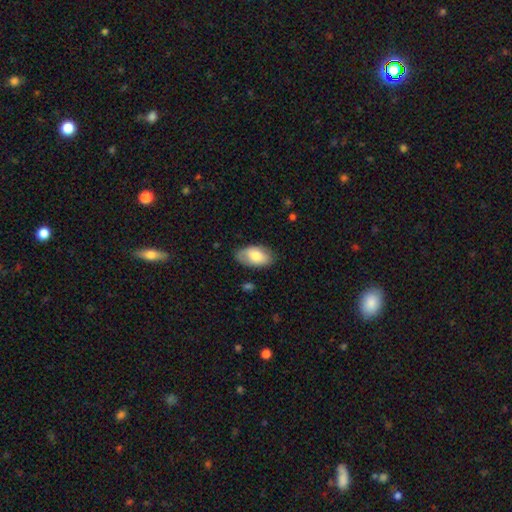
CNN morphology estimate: Smooth or featured? smooth (71%)
How rounded? in between (94%)
Merging? none (76%)